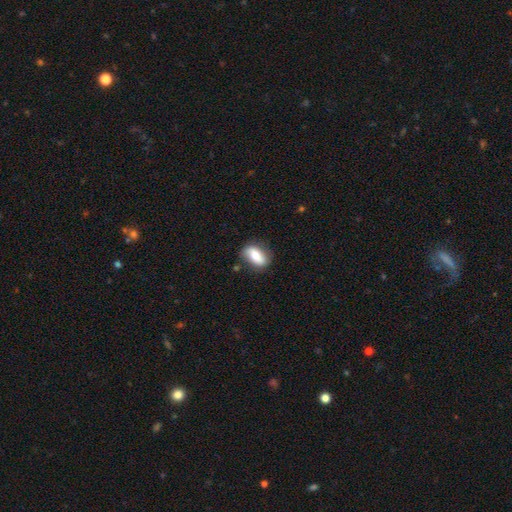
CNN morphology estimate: This is likely a smooth galaxy (68%). How rounded: clearly in between (84%). Merging: likely none (77%).